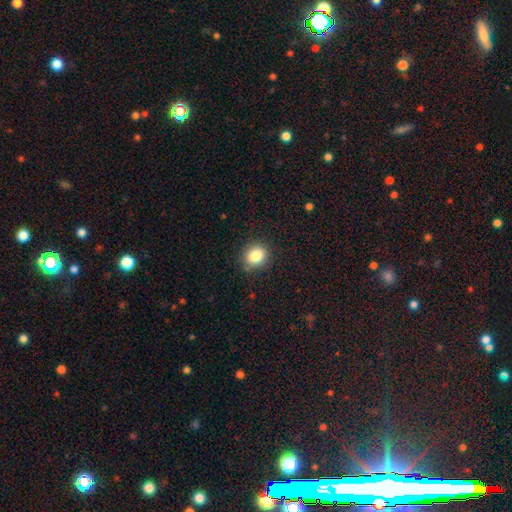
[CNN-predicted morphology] smooth-or-featured: smooth: 85% | star or artifact: 10% | featured or disk: 5%
  how-rounded: round: 72% | in between: 27% | cigar-shaped: 1%
  merging: none: 87% | minor disturbance: 10% | major disturbance: 3% | merger: 1%